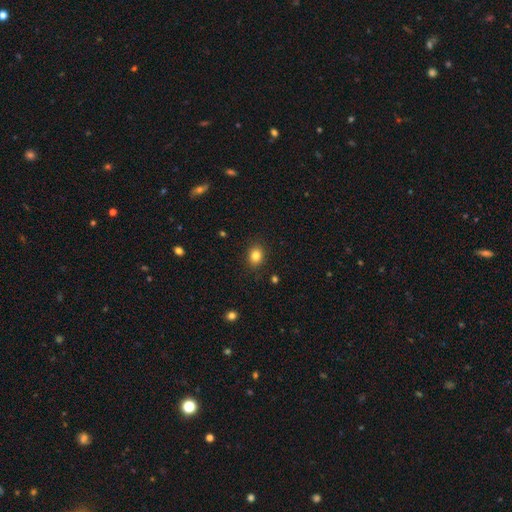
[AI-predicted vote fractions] Smooth or featured?
  - smooth: 84% *
  - star or artifact: 11%
  - featured or disk: 6%
How rounded?
  - in between: 51% *
  - round: 48%
  - cigar-shaped: 1%
Merging?
  - none: 88% *
  - minor disturbance: 8%
  - major disturbance: 2%
  - merger: 1%